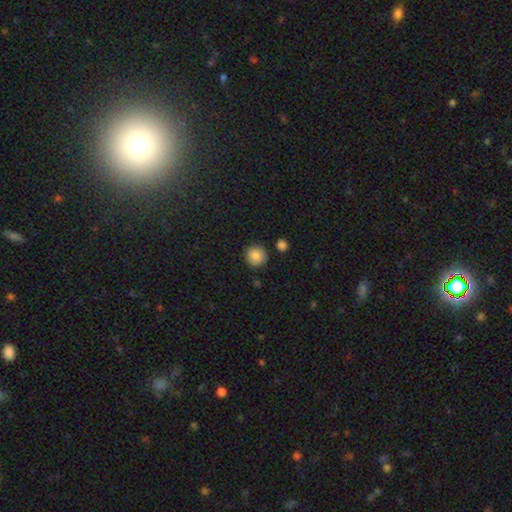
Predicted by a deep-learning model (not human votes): The model was most divided on "smooth or featured": smooth: 87%, star or artifact: 9%, featured or disk: 5%. More confident: how rounded — round (93%); merging — none (87%).